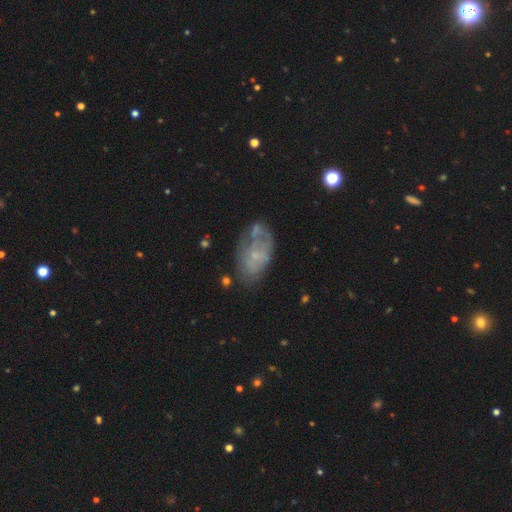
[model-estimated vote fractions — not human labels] Smooth or featured: featured or disk — 54% (smooth — 35%)
Edge-on disk: no — 95% (yes — 5%)
Bar: no — 82% (weak — 15%)
Spiral arms: no — 64% (yes — 36%)
Bulge size: small — 61% (none — 27%)
Merging: none — 47% (minor disturbance — 27%)